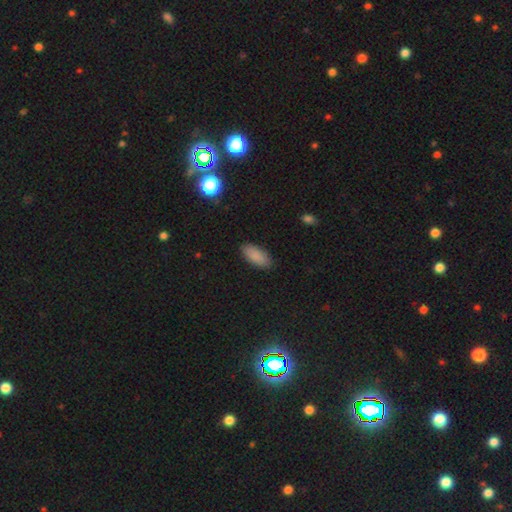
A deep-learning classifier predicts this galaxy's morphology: This appears to be a smooth galaxy with no disk features (88%) that is in between round and cigar-shaped (88%). Merging: none (86%).